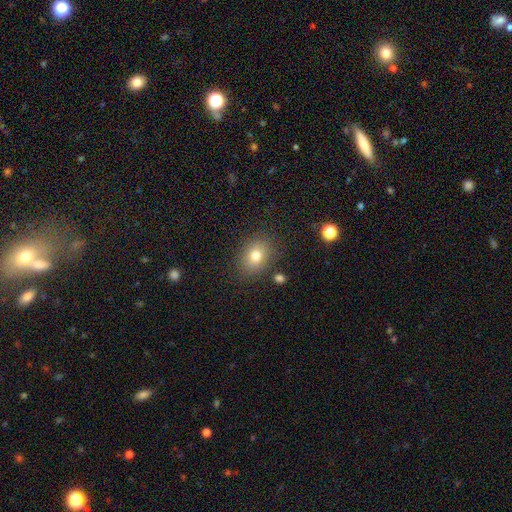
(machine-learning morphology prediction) Smooth or featured? Predicted: smooth (p=0.78). How rounded? Predicted: in between (p=0.63). Merging? Predicted: none (p=0.83).